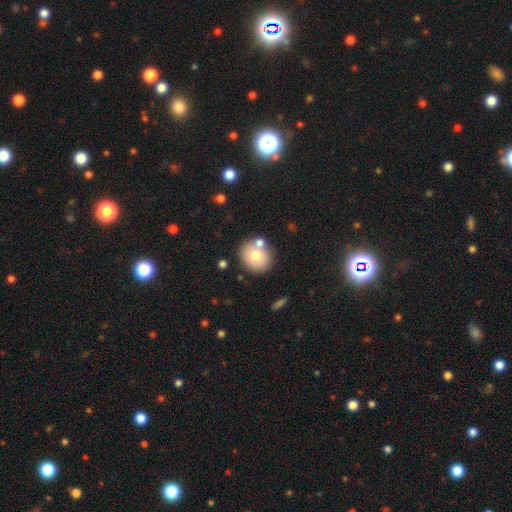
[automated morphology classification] Smooth or featured? Predicted: smooth (p=0.71). How rounded? Predicted: round (p=0.81). Merging? Predicted: none (p=0.66).